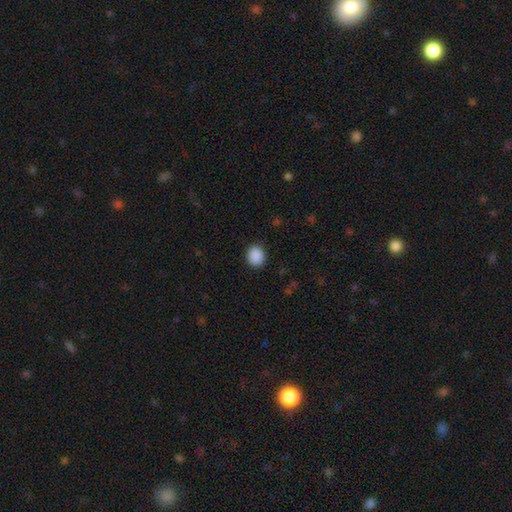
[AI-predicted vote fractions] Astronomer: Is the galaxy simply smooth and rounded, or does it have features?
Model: smooth — 89%.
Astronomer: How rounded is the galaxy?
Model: round — 77%.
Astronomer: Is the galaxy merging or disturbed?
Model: none — 89%.